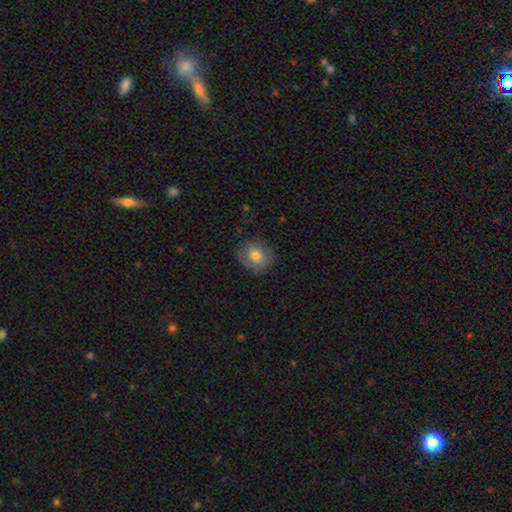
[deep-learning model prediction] Smooth or featured? smooth (67%)
How rounded? round (72%)
Merging? none (77%)